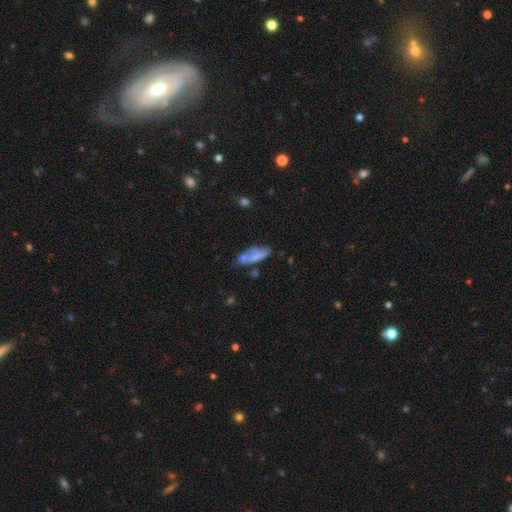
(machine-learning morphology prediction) Overall: smooth (61%; featured or disk 30%). How rounded: in between (52%; cigar-shaped 45%). Merging: none (41%; merger 24%).